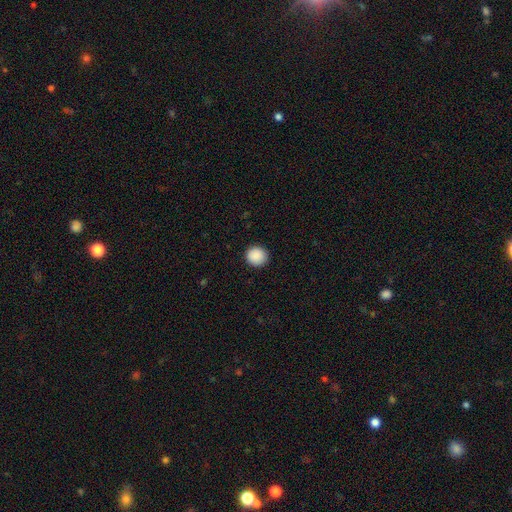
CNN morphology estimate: Overall: smooth (90%). How rounded: round (91%). Merging: none (91%).